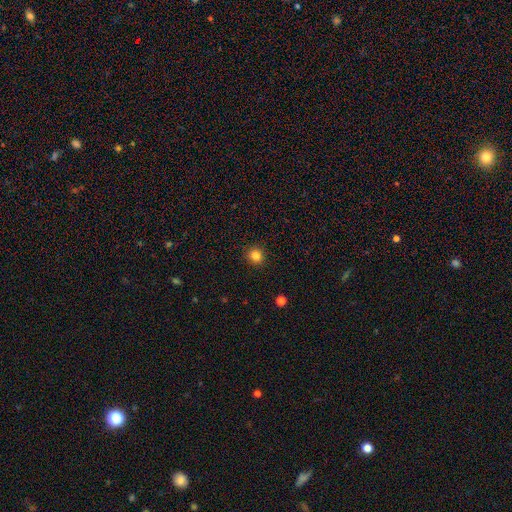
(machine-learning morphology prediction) Smooth or featured?
  - smooth: 83% *
  - star or artifact: 12%
  - featured or disk: 5%
How rounded?
  - round: 91% *
  - in between: 9%
  - cigar-shaped: 1%
Merging?
  - none: 92% *
  - minor disturbance: 5%
  - major disturbance: 2%
  - merger: 1%